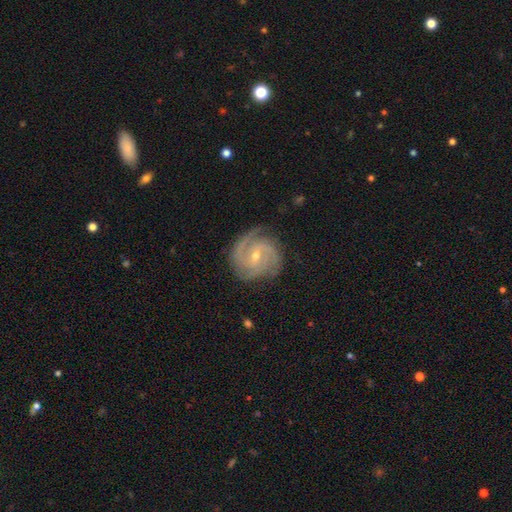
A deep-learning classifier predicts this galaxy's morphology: Q: Smooth or featured?
A: featured or disk (91%); runner-up: star or artifact (5%)
Q: Edge-on disk?
A: no (98%); runner-up: yes (2%)
Q: Bar?
A: weak (44%); runner-up: no (41%)
Q: Spiral arms?
A: yes (98%); runner-up: no (2%)
Q: Spiral winding?
A: tight (60%); runner-up: medium (35%)
Q: Spiral arm count?
A: 3 (43%); runner-up: 2 (32%)
Q: Bulge size?
A: small (60%); runner-up: moderate (37%)
Q: Merging?
A: none (80%); runner-up: minor disturbance (15%)